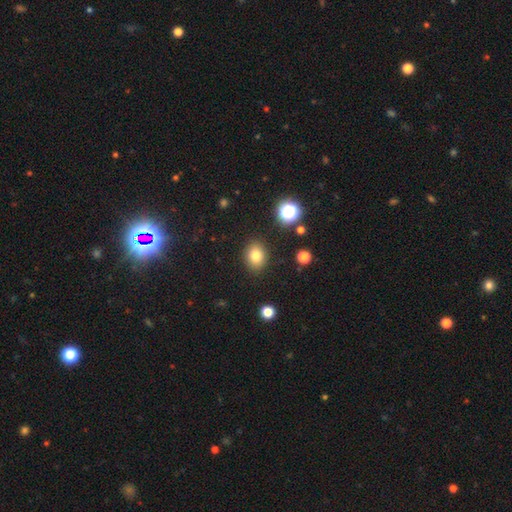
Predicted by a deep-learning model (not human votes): Overall: smooth (80%). How rounded: round (50%; in between 49%). Merging: none (87%).